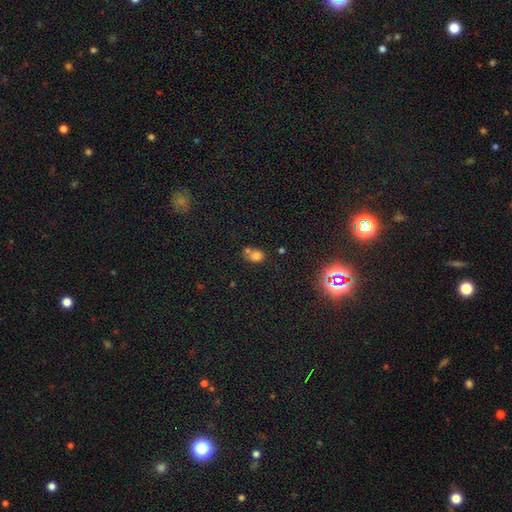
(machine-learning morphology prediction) Smooth or featured? smooth (75%)
How rounded? in between (56%)
Merging? none (42%)